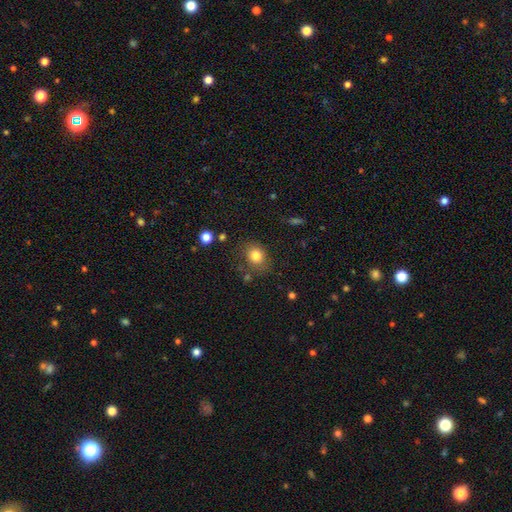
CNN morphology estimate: type=smooth (81%); roundness=round (60%); merging=none (75%).